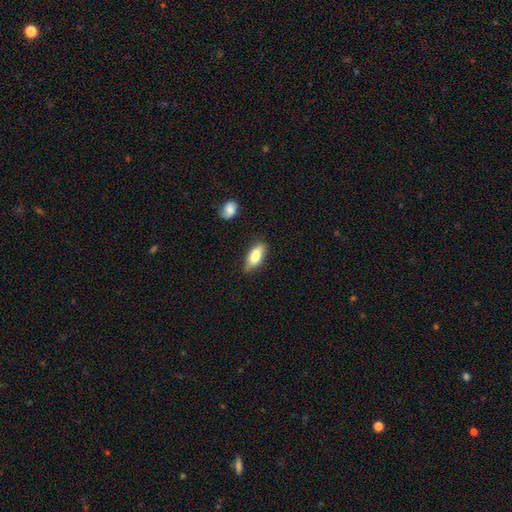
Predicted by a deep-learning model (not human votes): A smooth galaxy with no disk features (79%) that is in between round and cigar-shaped (83%).

Vote fractions:
- Smooth or featured? smooth: 79% / featured or disk: 15% / star or artifact: 6%
- How rounded? in between: 83% / cigar-shaped: 14% / round: 3%
- Merging? none: 79% / minor disturbance: 16% / major disturbance: 3% / merger: 2%